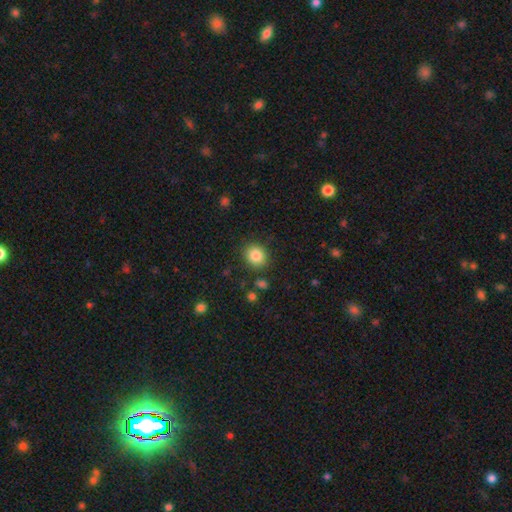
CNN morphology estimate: smooth 85%, star or artifact 10%, featured or disk 5%. Down the decision tree: how rounded — round (76%); merging — none (87%).